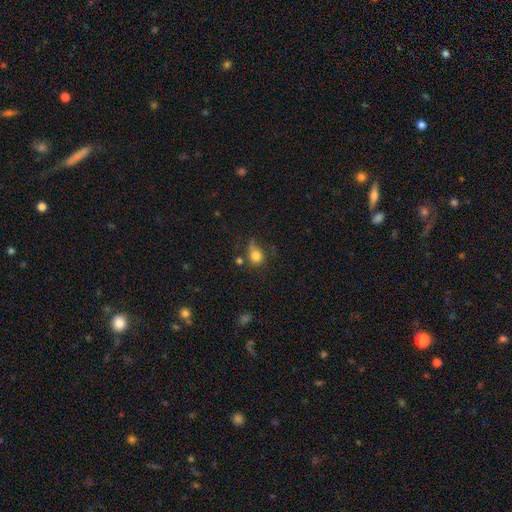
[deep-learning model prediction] Smooth or featured? smooth (79%)
How rounded? round (67%)
Merging? none (50%)